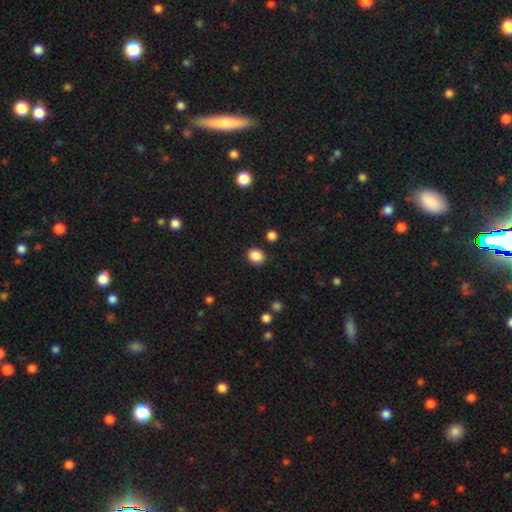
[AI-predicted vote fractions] A smooth galaxy with no disk features (87%) that is round (73%). Merging: none (87%).